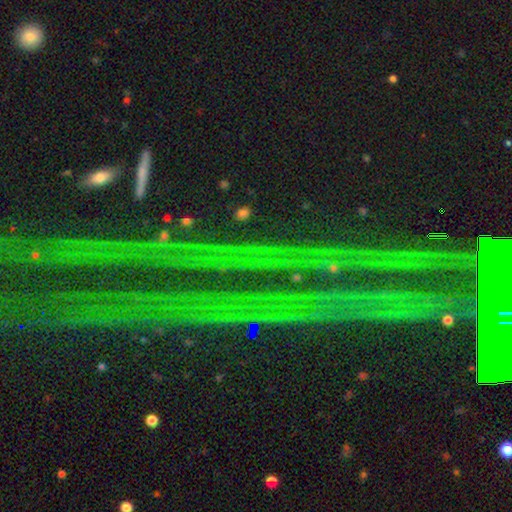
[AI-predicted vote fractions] Smooth or featured? Predicted: star or artifact (p=0.83).